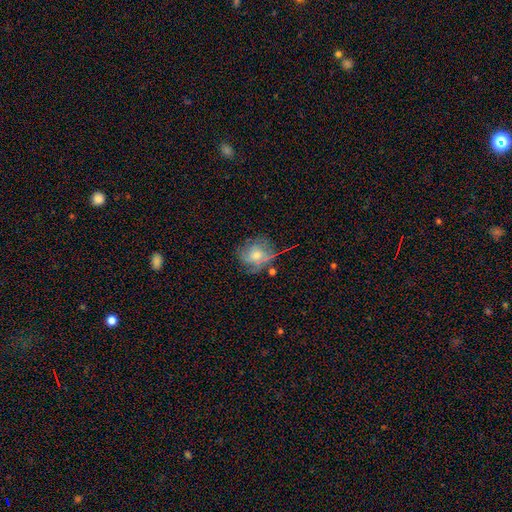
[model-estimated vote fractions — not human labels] smooth_or_featured: featured or disk (p=0.45) [alt: smooth p=0.42]
merging: none (p=0.59) [alt: minor disturbance p=0.24]